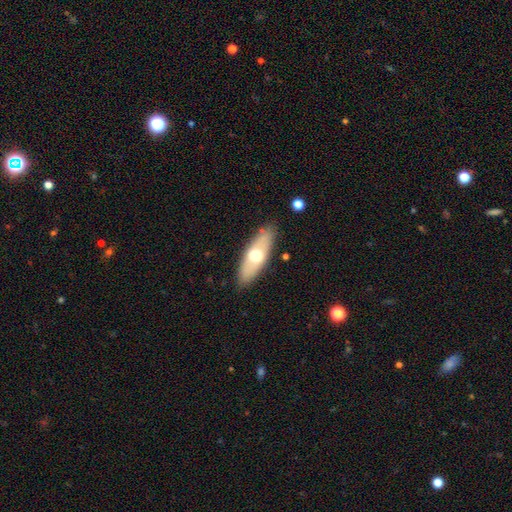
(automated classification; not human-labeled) Smooth or featured? Predicted: smooth (p=0.55). How rounded? Predicted: in between (p=0.62). Merging? Predicted: none (p=0.85).